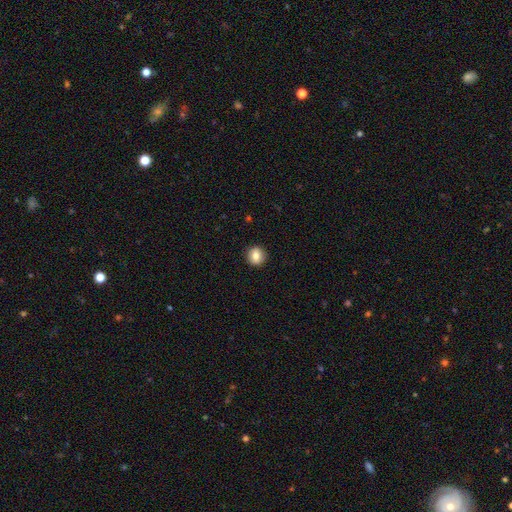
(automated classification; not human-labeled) Morphology: type=smooth (81%); roundness=round (83%); merging=none (91%).